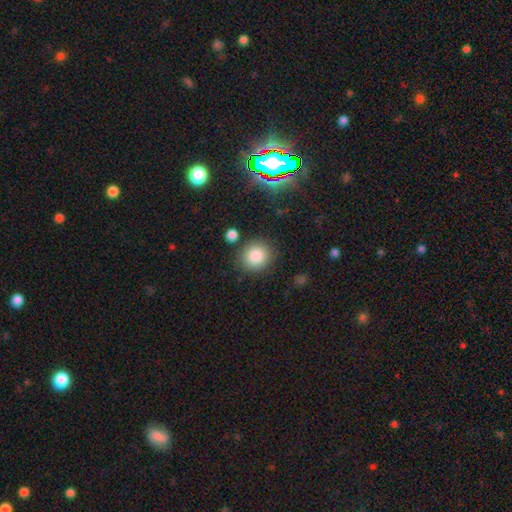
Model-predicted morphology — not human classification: A smooth galaxy with no disk features (86%) that is round (80%). Merging: none (82%).